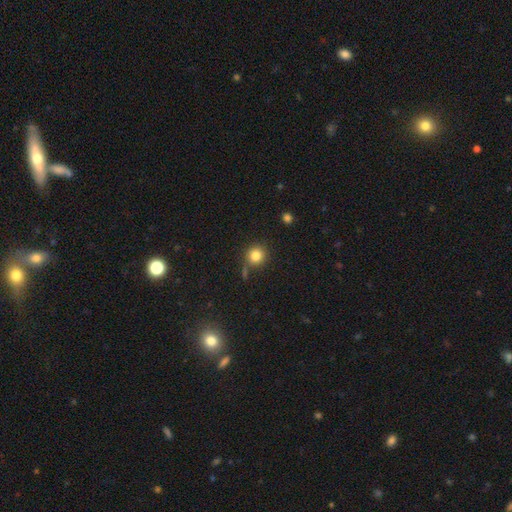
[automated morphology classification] Q: Smooth or featured?
A: smooth (82%); runner-up: star or artifact (12%)
Q: How rounded?
A: round (93%); runner-up: in between (6%)
Q: Merging?
A: none (78%); runner-up: minor disturbance (11%)